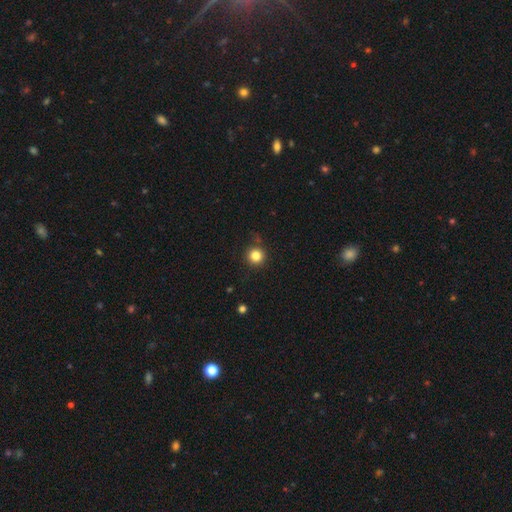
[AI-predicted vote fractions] smooth-or-featured: smooth: 83% | star or artifact: 12% | featured or disk: 5%
  how-rounded: round: 95% | in between: 4% | cigar-shaped: 1%
  merging: none: 87% | minor disturbance: 9% | major disturbance: 3% | merger: 2%